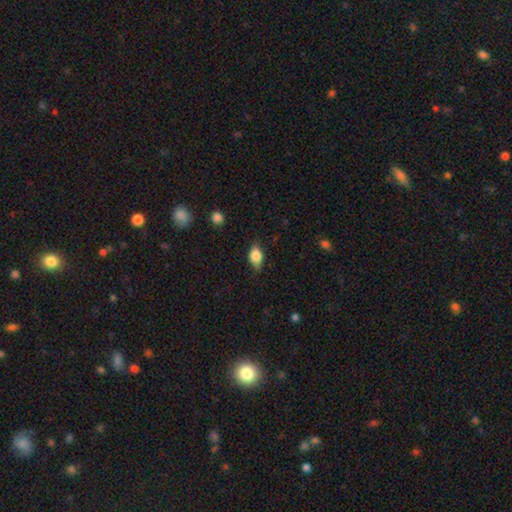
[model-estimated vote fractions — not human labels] The model was most divided on "merging": none: 73%, minor disturbance: 21%, major disturbance: 5%, merger: 1%. More confident: how rounded — in between (75%); smooth or featured — smooth (73%).